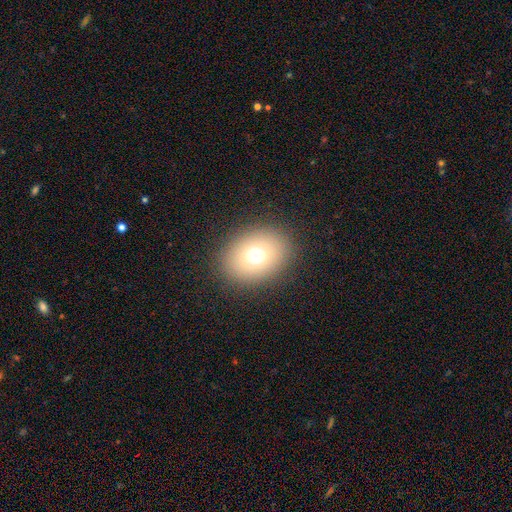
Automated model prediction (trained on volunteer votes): smooth_or_featured: smooth (p=0.69) [alt: star or artifact p=0.17]
how_rounded: in between (p=0.53) [alt: round p=0.46]
merging: none (p=0.88) [alt: minor disturbance p=0.07]